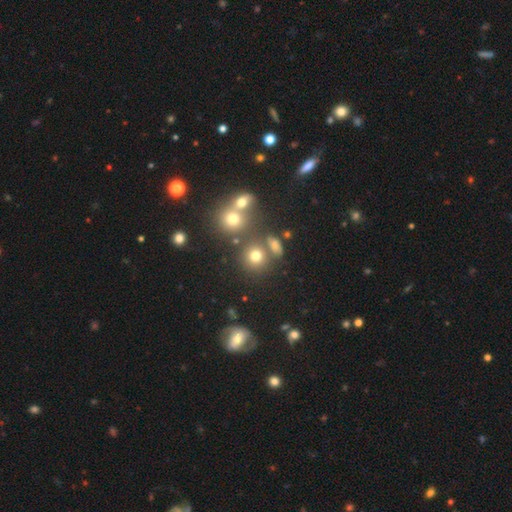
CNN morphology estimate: type=smooth (71%); roundness=round (84%); merging=none (65%).